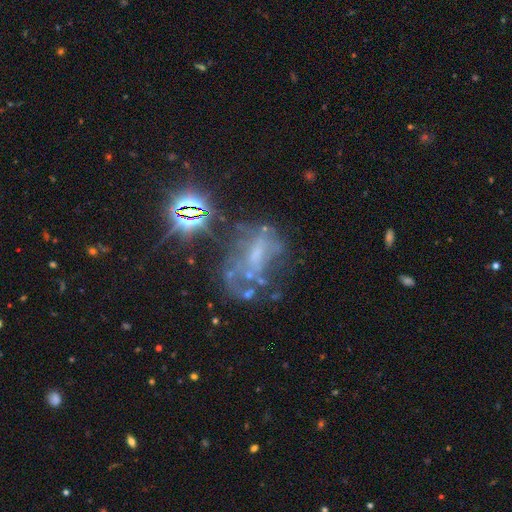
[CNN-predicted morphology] Overall: featured or disk (53%; star or artifact 31%). Edge-on disk: no (96%). Bar: no (61%; weak 29%). Spiral arms: no (63%; yes 37%). Bulge size: none (43%; small 34%). Merging: none (38%; major disturbance 31%).